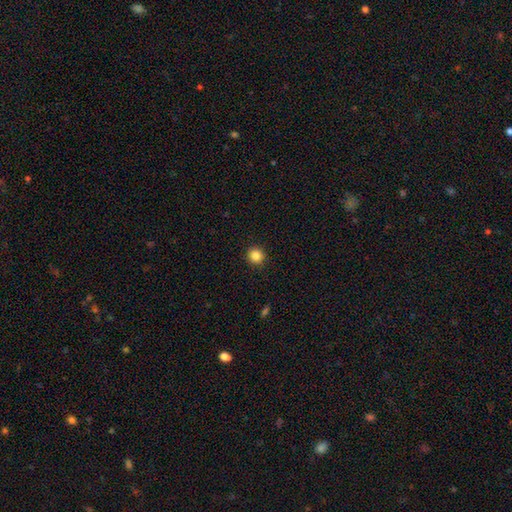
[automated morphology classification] Smooth or featured?
  - smooth: 86% *
  - star or artifact: 11%
  - featured or disk: 4%
How rounded?
  - round: 92% *
  - in between: 7%
  - cigar-shaped: 1%
Merging?
  - none: 92% *
  - minor disturbance: 5%
  - major disturbance: 2%
  - merger: 1%